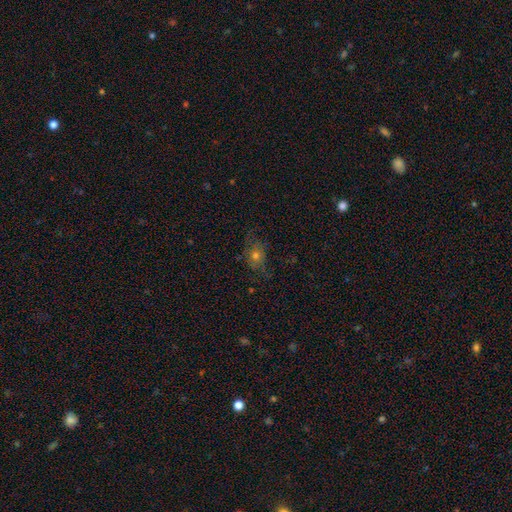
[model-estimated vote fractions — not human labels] Morphology: type=smooth (53%); roundness=round (55%); merging=none (64%).